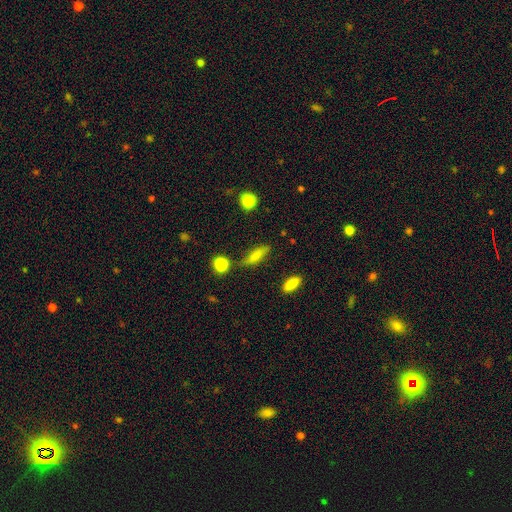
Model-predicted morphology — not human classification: The model was most divided on "how rounded": cigar-shaped: 57%, in between: 38%, round: 4%. More confident: smooth or featured — smooth (74%); merging — none (68%).